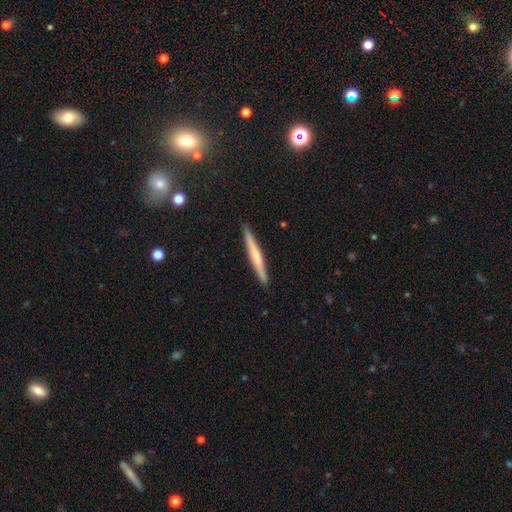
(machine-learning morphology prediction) Smooth or featured?
  - featured or disk: 48% *
  - smooth: 46%
  - star or artifact: 6%
Merging?
  - none: 92% *
  - minor disturbance: 6%
  - major disturbance: 1%
  - merger: 1%